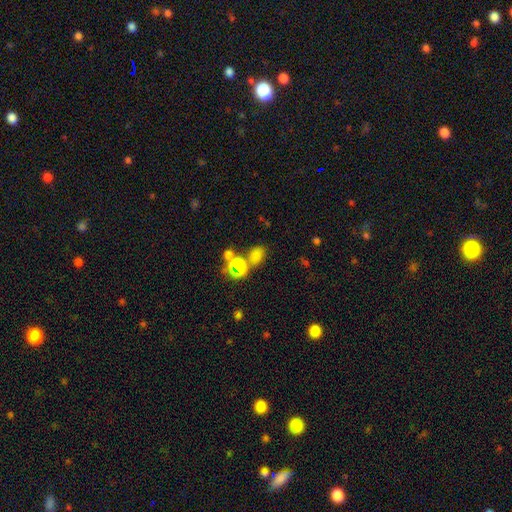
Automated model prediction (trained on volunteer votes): Smooth or featured? Predicted: smooth (p=0.67). How rounded? Predicted: in between (p=0.59). Merging? Predicted: none (p=0.57).